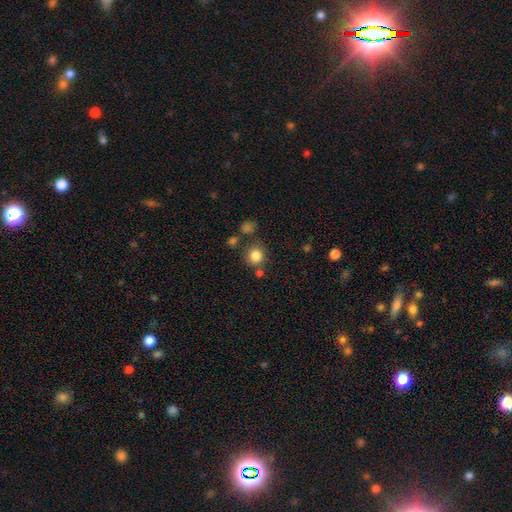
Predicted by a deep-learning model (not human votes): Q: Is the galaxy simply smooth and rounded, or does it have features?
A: smooth — 83%.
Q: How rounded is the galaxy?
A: round — 89%.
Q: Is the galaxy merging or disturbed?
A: none — 77%.